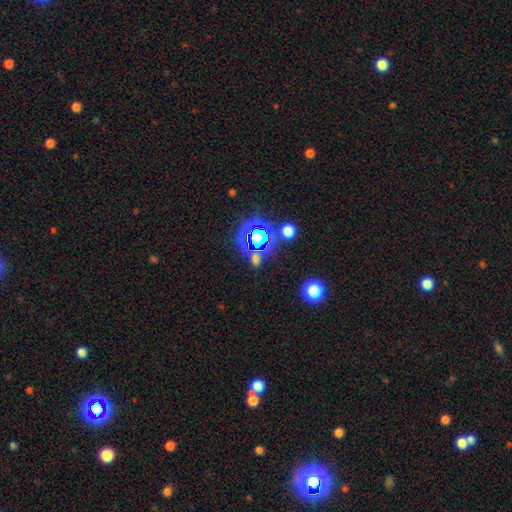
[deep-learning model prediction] smooth-or-featured: star or artifact: 68% | smooth: 23% | featured or disk: 9%